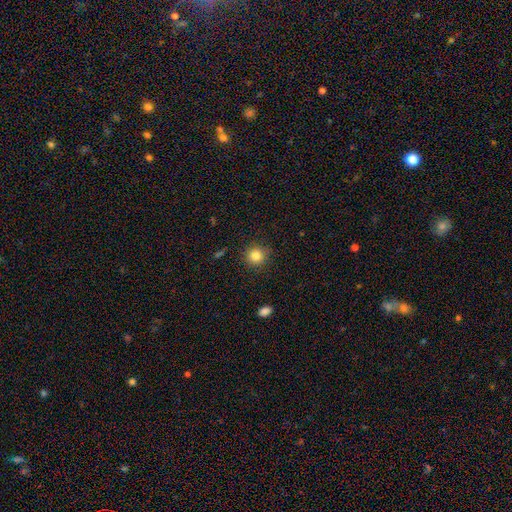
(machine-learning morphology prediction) The model was most divided on "smooth or featured": smooth: 84%, star or artifact: 11%, featured or disk: 6%. More confident: how rounded — round (92%); merging — none (88%).